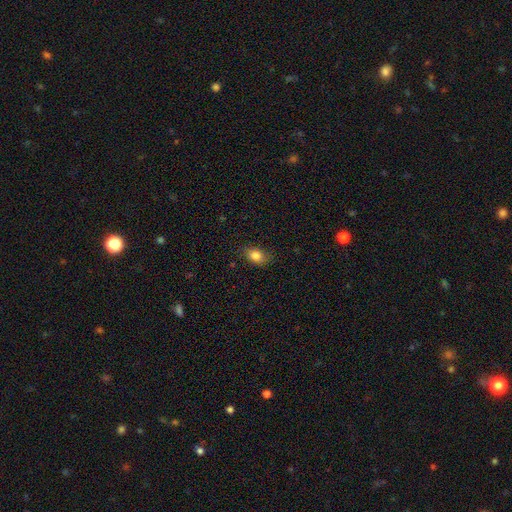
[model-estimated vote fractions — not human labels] Morphology: type=smooth (83%); roundness=in between (81%); merging=none (83%).